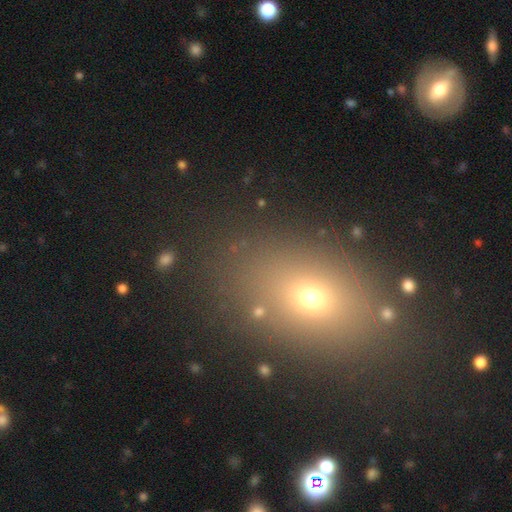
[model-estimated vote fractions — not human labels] smooth-or-featured: smooth: 61% | star or artifact: 26% | featured or disk: 13%
  how-rounded: in between: 68% | round: 29% | cigar-shaped: 3%
  merging: none: 84% | minor disturbance: 8% | major disturbance: 4% | merger: 3%